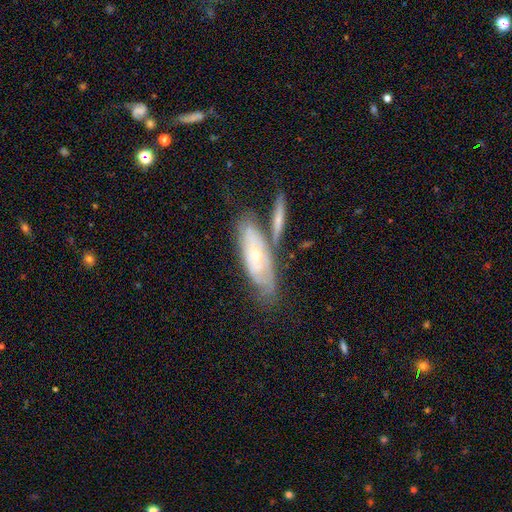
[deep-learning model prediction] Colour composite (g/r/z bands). It shows a featured or disk galaxy (67%) with no bar (78%), spiral arms (72%) and a small central bulge (60%). Merging: none (51%).